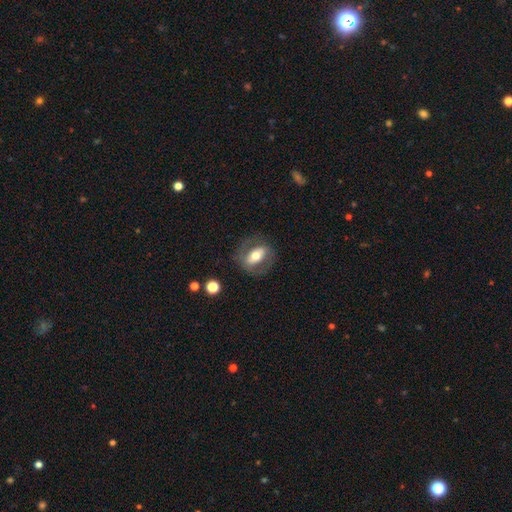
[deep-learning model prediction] Morphology: type=featured or disk (52%); edge-on=no (88%); merging=none (73%).